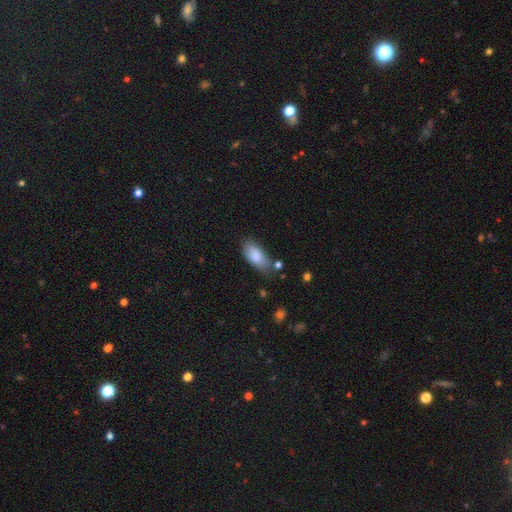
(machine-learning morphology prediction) smooth_or_featured: smooth (p=0.85) [alt: featured or disk p=0.08]
how_rounded: in between (p=0.89) [alt: cigar-shaped p=0.09]
merging: none (p=0.65) [alt: minor disturbance p=0.25]